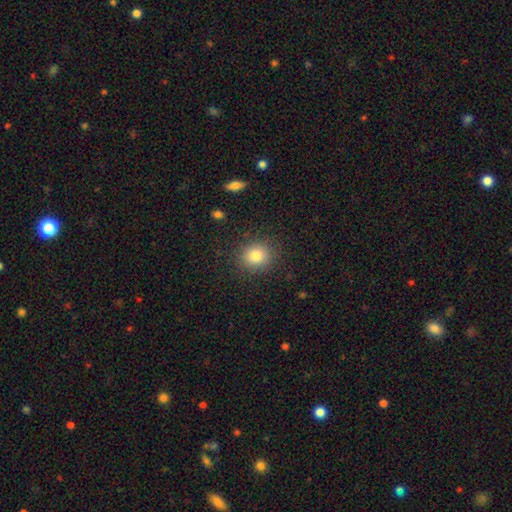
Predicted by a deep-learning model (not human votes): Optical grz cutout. It shows a smooth galaxy with no disk features (82%) that is round (80%). Merging: none (88%).